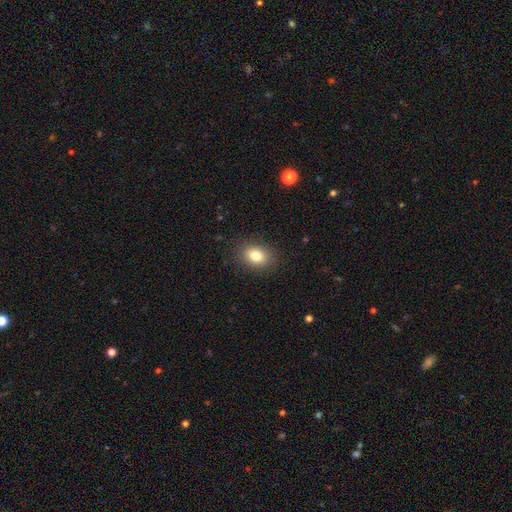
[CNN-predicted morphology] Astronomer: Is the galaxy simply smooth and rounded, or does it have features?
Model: smooth — 82%.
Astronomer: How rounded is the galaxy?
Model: in between — 71%.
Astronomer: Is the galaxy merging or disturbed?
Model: none — 87%.